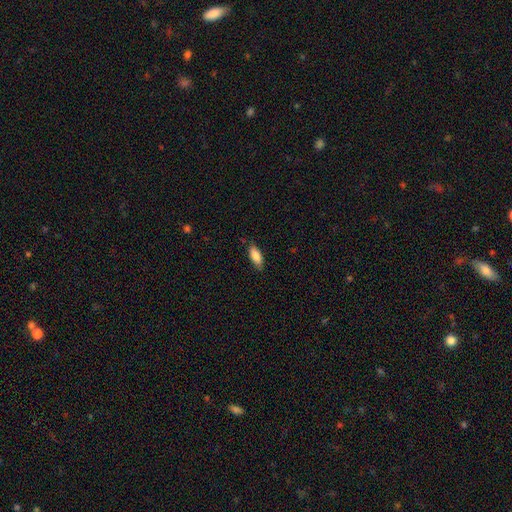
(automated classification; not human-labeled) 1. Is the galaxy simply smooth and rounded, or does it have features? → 86% smooth, 8% featured or disk, 6% star or artifact.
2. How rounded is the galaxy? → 79% in between, 19% cigar-shaped, 2% round.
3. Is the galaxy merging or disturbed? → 81% none, 16% minor disturbance, 3% major disturbance, 1% merger.